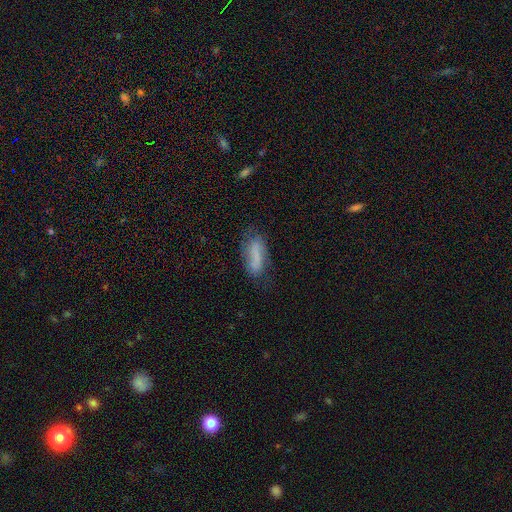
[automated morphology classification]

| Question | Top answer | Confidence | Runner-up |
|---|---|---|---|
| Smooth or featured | smooth | 64% | featured or disk (27%) |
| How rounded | in between | 61% | cigar-shaped (37%) |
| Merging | none | 61% | minor disturbance (25%) |